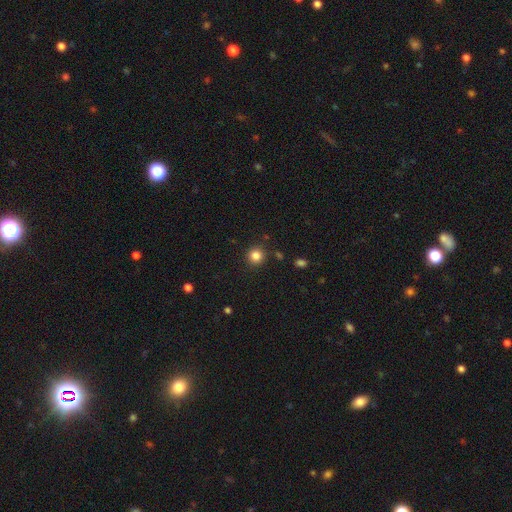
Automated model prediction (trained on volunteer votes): Smooth or featured? smooth (84%)
How rounded? round (92%)
Merging? none (90%)